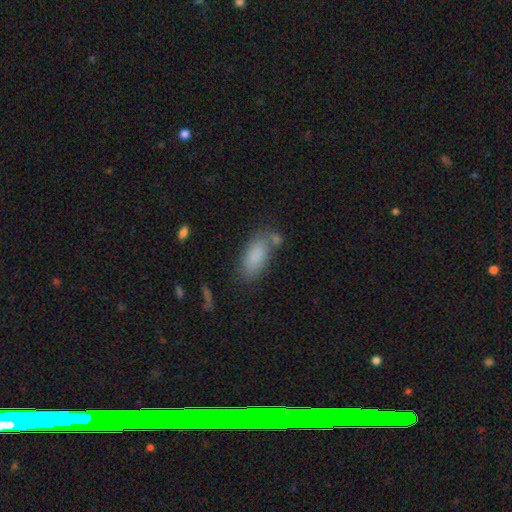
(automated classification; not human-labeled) Overall: smooth (86%). How rounded: in between (89%). Merging: none (64%).